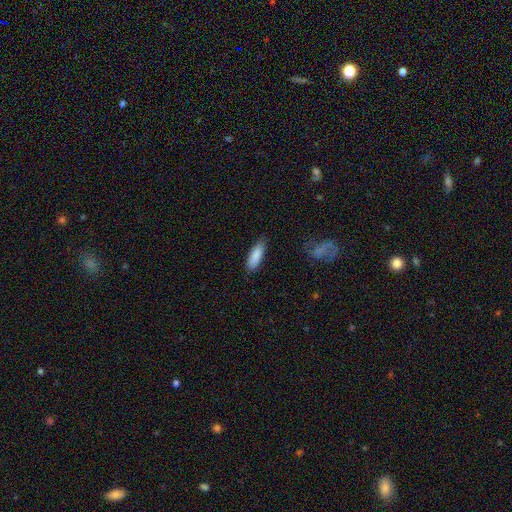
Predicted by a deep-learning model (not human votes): Smooth or featured?
  - smooth: 87% *
  - featured or disk: 7%
  - star or artifact: 6%
How rounded?
  - in between: 58% *
  - cigar-shaped: 40%
  - round: 2%
Merging?
  - none: 81% *
  - minor disturbance: 14%
  - major disturbance: 3%
  - merger: 2%